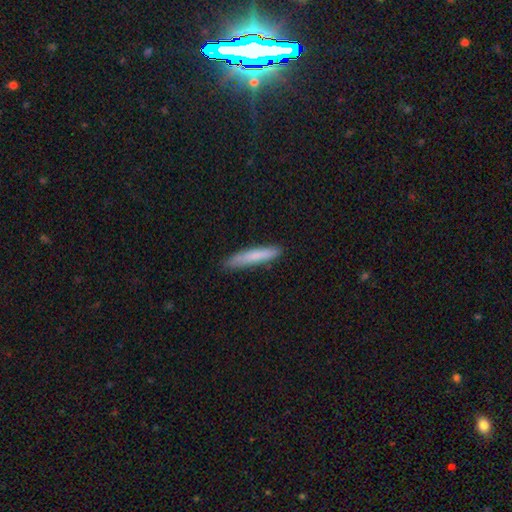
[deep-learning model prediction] A smooth galaxy with no disk features (79%) that is cigar-shaped (93%).

Vote fractions:
- Smooth or featured? smooth: 79% / featured or disk: 15% / star or artifact: 6%
- How rounded? cigar-shaped: 93% / in between: 6% / round: 1%
- Merging? none: 85% / minor disturbance: 12% / major disturbance: 2% / merger: 1%